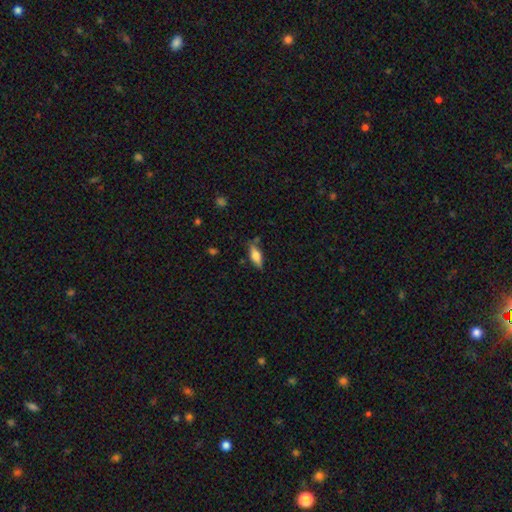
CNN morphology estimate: A smooth galaxy with no disk features (65%) that is in between round and cigar-shaped (68%).

Vote fractions:
- Smooth or featured? smooth: 65% / featured or disk: 28% / star or artifact: 7%
- How rounded? in between: 68% / cigar-shaped: 30% / round: 3%
- Merging? none: 73% / minor disturbance: 19% / major disturbance: 4% / merger: 4%